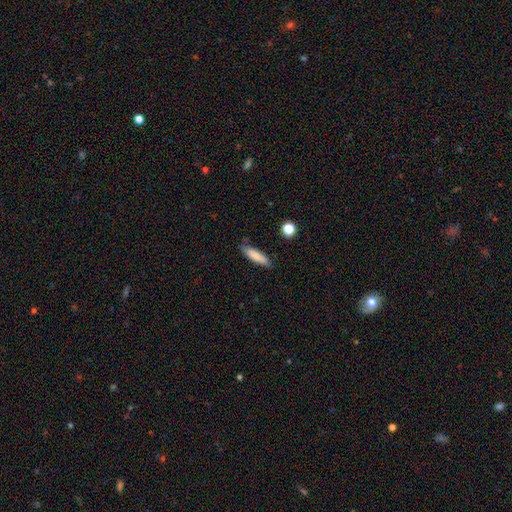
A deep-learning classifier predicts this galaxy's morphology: Smooth or featured? smooth (82%)
How rounded? cigar-shaped (71%)
Merging? none (81%)